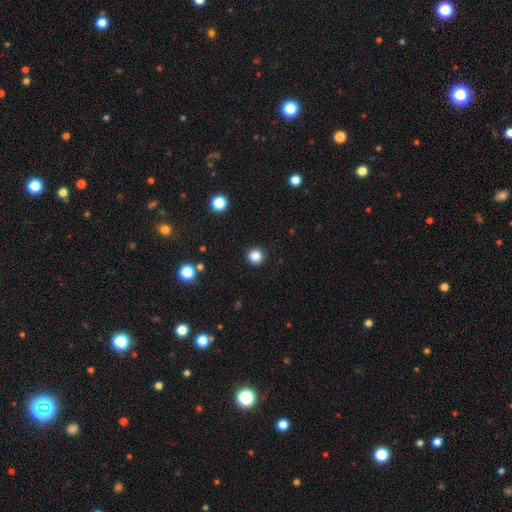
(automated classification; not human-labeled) smooth-or-featured: smooth: 85% | star or artifact: 12% | featured or disk: 3%
  how-rounded: round: 94% | in between: 5% | cigar-shaped: 1%
  merging: none: 93% | minor disturbance: 5% | major disturbance: 2% | merger: 1%